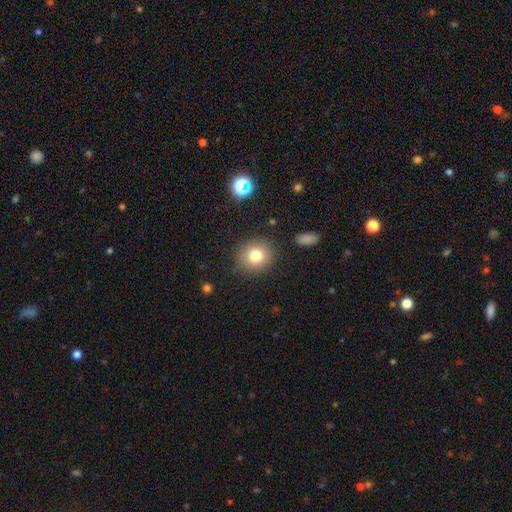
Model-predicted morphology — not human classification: Smooth or featured: smooth — 78% (star or artifact — 12%)
How rounded: round — 83% (in between — 16%)
Merging: none — 88% (minor disturbance — 8%)